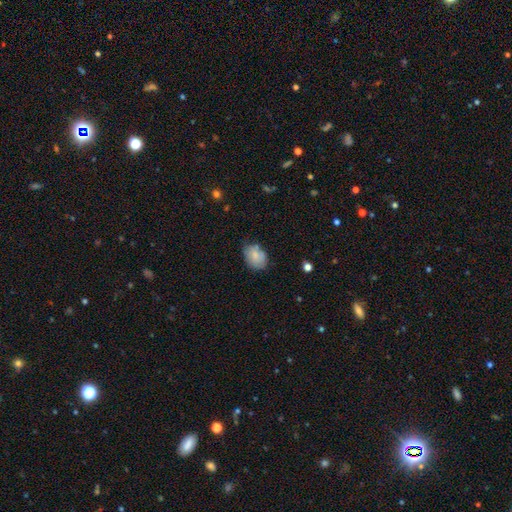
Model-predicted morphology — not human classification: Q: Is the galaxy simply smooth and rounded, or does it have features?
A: smooth — 77%.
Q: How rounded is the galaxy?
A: in between — 72%.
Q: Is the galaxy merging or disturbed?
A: none — 65%.